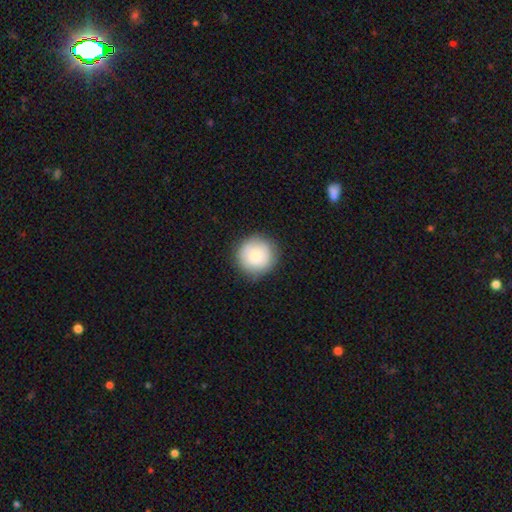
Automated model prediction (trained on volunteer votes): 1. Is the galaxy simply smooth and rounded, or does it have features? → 81% smooth, 11% featured or disk, 7% star or artifact.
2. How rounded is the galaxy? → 95% round, 4% in between, 1% cigar-shaped.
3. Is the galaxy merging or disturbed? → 86% none, 10% minor disturbance, 3% major disturbance, 1% merger.